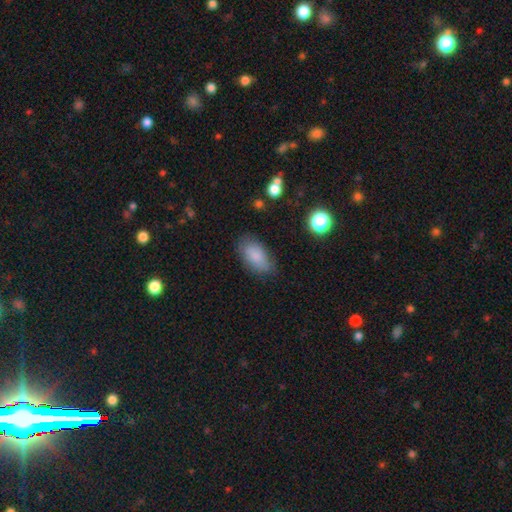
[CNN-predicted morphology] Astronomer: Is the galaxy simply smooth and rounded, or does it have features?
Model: smooth — 84%.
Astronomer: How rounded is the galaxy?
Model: in between — 91%.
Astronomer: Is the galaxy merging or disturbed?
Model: none — 77%.